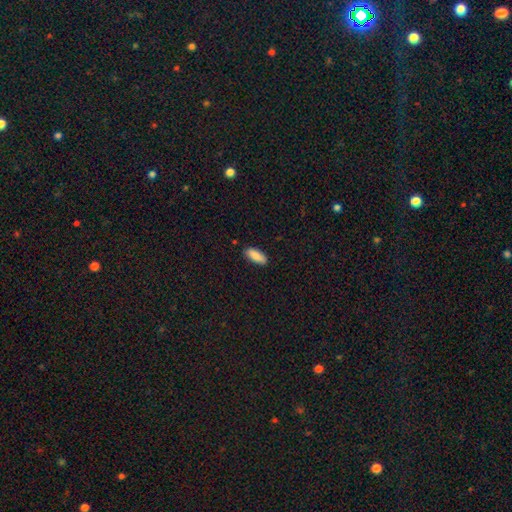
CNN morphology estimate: Smooth or featured: smooth — 88% (star or artifact — 6%)
How rounded: in between — 80% (cigar-shaped — 18%)
Merging: none — 88% (minor disturbance — 9%)